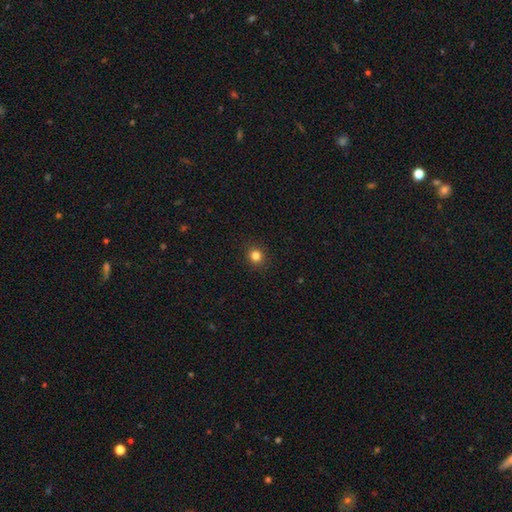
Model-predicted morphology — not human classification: smooth 82%, star or artifact 13%, featured or disk 5%. Down the decision tree: how rounded — round (89%); merging — none (92%).